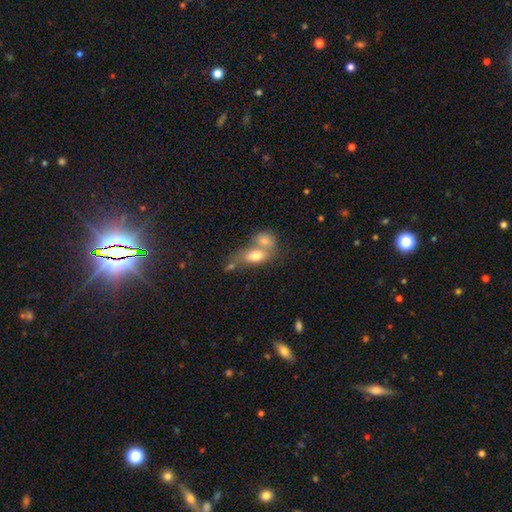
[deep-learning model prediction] smooth_or_featured: smooth (p=0.75) [alt: featured or disk p=0.17]
how_rounded: in between (p=0.80) [alt: round p=0.13]
merging: merger (p=0.63) [alt: none p=0.23]